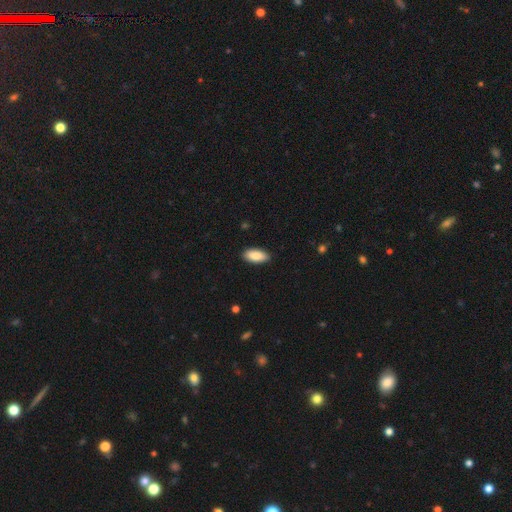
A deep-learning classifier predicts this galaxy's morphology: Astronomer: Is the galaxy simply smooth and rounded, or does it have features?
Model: smooth — 88%.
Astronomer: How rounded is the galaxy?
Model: in between — 90%.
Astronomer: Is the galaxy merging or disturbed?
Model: none — 88%.